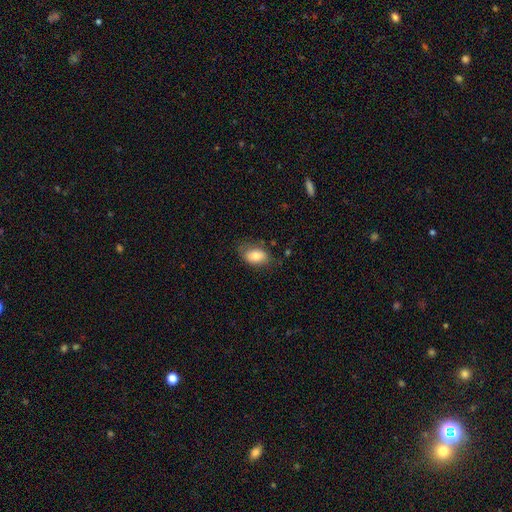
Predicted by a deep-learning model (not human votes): Overall: smooth (78%). How rounded: in between (88%). Merging: none (65%).